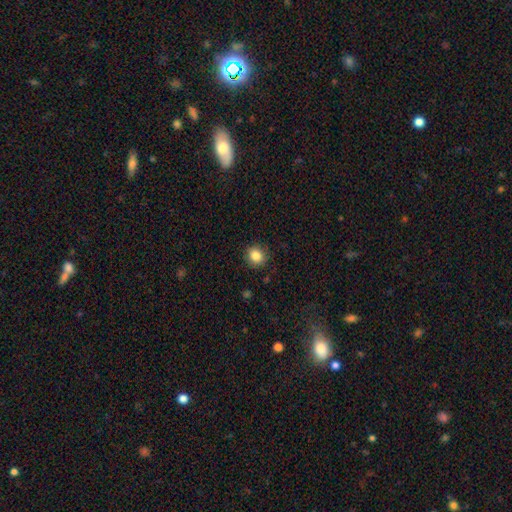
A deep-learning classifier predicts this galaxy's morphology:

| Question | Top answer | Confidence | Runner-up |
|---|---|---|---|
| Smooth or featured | smooth | 85% | star or artifact (10%) |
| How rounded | round | 76% | in between (24%) |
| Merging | none | 88% | minor disturbance (8%) |